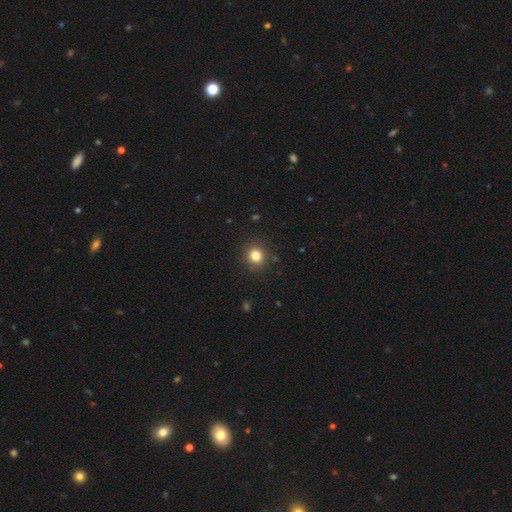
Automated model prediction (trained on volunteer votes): Overall: smooth (82%). How rounded: round (87%). Merging: none (89%).